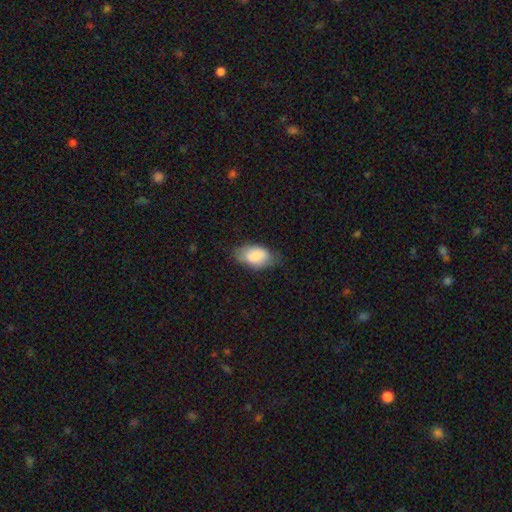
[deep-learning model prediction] Smooth or featured? Predicted: smooth (p=0.80). How rounded? Predicted: in between (p=0.91). Merging? Predicted: none (p=0.65).